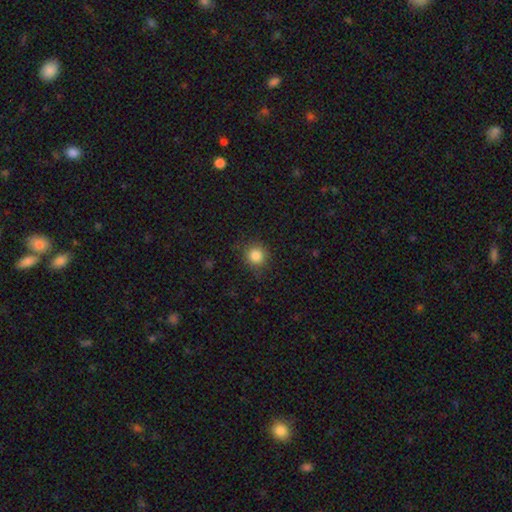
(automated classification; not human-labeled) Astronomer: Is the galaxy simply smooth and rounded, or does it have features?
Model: smooth — 84%.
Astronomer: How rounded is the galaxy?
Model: round — 90%.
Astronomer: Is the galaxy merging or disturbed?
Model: none — 86%.